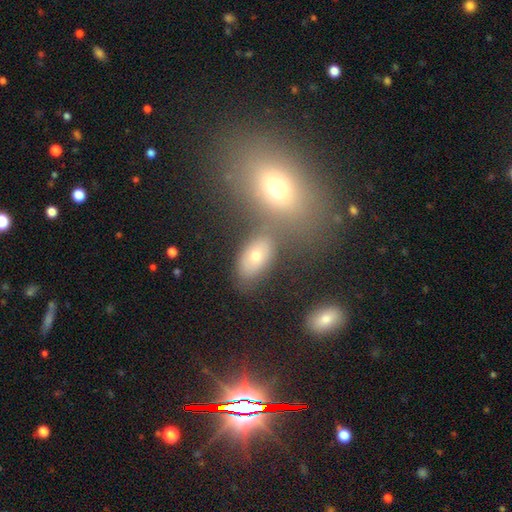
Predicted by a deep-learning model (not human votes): Overall: smooth (64%). How rounded: in between (86%). Merging: none (67%).